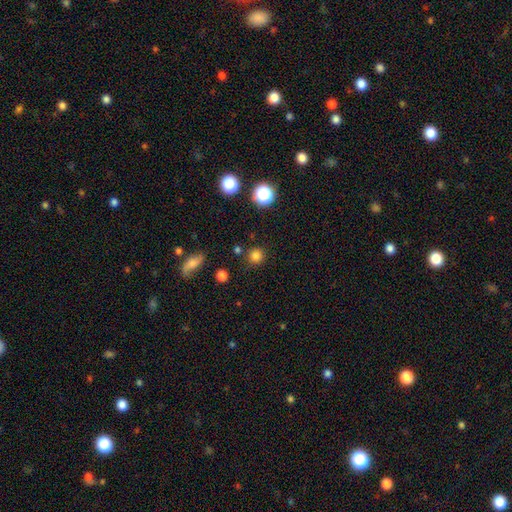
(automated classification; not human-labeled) A smooth galaxy with no disk features (79%) that is round (93%). Merging: none (85%).